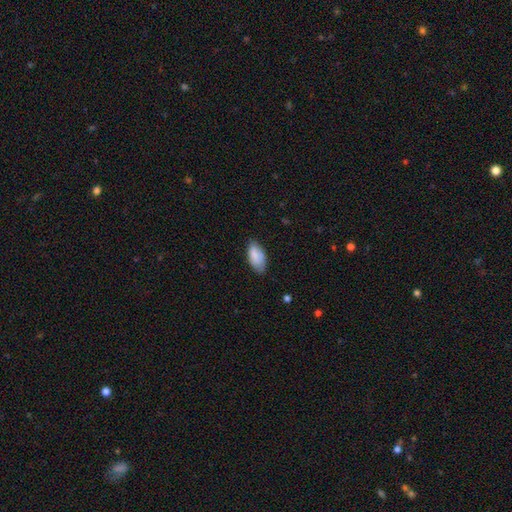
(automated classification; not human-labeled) Smooth or featured? smooth (85%)
How rounded? in between (93%)
Merging? none (69%)